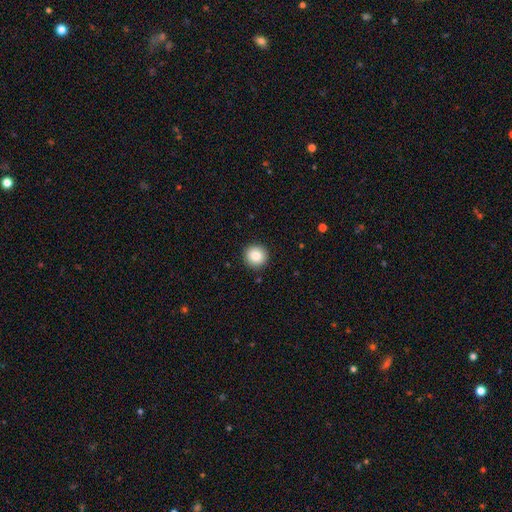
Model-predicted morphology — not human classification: Q: Smooth or featured?
A: smooth (86%); runner-up: star or artifact (9%)
Q: How rounded?
A: round (95%); runner-up: in between (4%)
Q: Merging?
A: none (92%); runner-up: minor disturbance (5%)